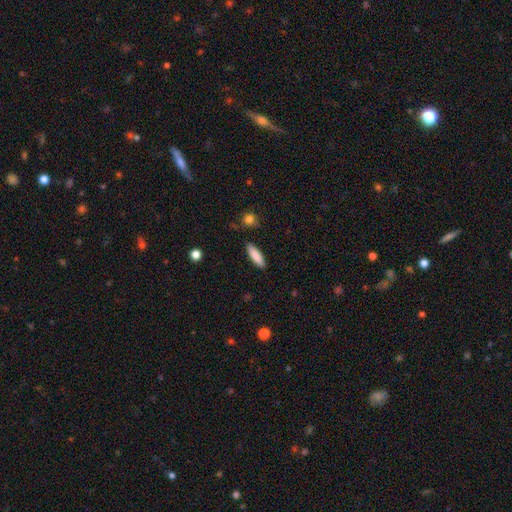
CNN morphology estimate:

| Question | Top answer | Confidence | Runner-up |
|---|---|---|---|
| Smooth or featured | smooth | 86% | featured or disk (8%) |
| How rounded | cigar-shaped | 56% | in between (42%) |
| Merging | none | 88% | minor disturbance (9%) |